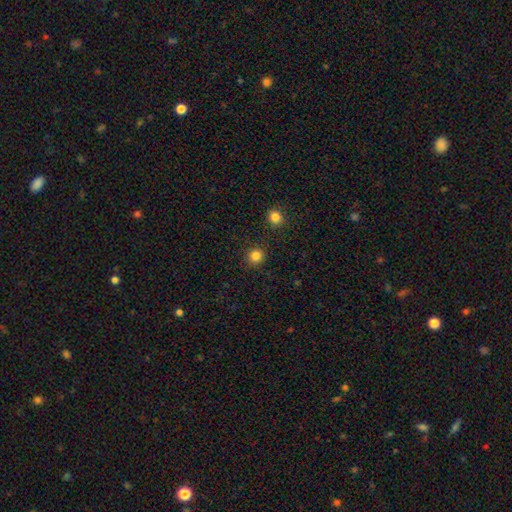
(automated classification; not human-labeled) A smooth galaxy with no disk features (84%) that is round (93%). Merging: none (90%).